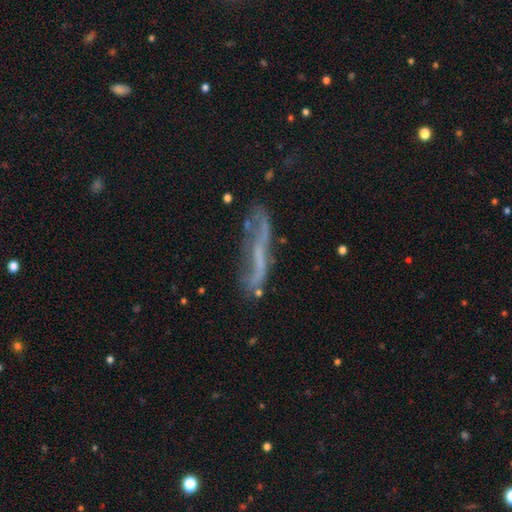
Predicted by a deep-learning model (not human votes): Smooth or featured? featured or disk (57%)
Edge-on disk? yes (58%)
Merging? none (56%)